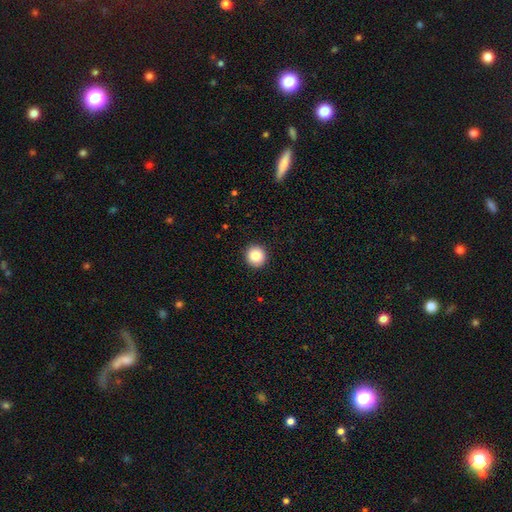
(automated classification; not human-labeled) Smooth or featured?
  - smooth: 84% *
  - star or artifact: 10%
  - featured or disk: 6%
How rounded?
  - round: 93% *
  - in between: 6%
  - cigar-shaped: 1%
Merging?
  - none: 93% *
  - minor disturbance: 5%
  - major disturbance: 2%
  - merger: 1%